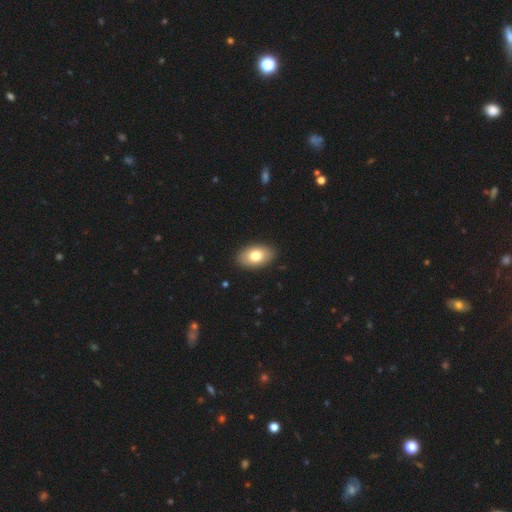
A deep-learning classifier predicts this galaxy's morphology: This is likely a smooth galaxy (78%). How rounded: clearly in between (92%). Merging: clearly none (89%).